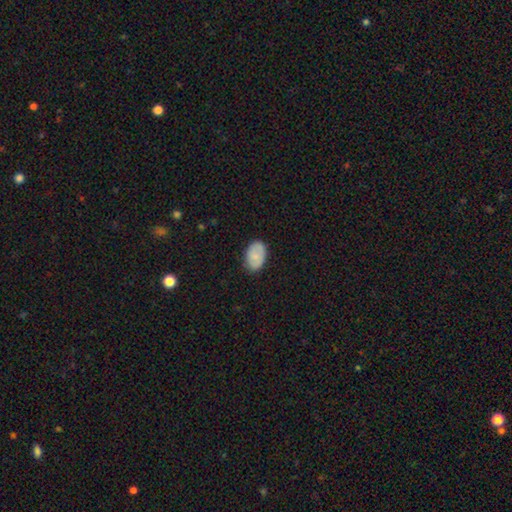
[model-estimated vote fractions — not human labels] This is likely a smooth galaxy (78%). How rounded: clearly in between (89%). Merging: clearly none (83%).